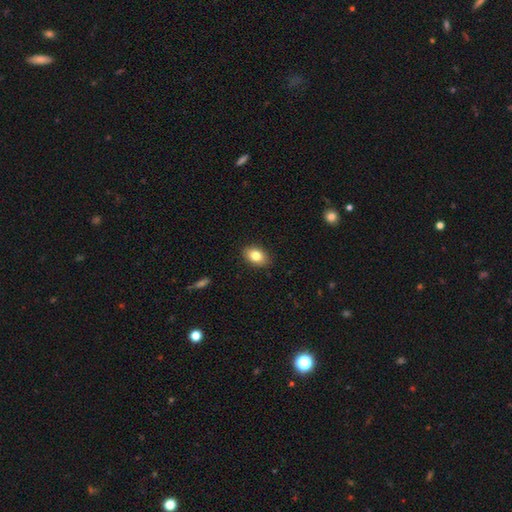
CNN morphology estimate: Q: Smooth or featured?
A: smooth (82%); runner-up: featured or disk (10%)
Q: How rounded?
A: in between (83%); runner-up: round (16%)
Q: Merging?
A: none (88%); runner-up: minor disturbance (9%)